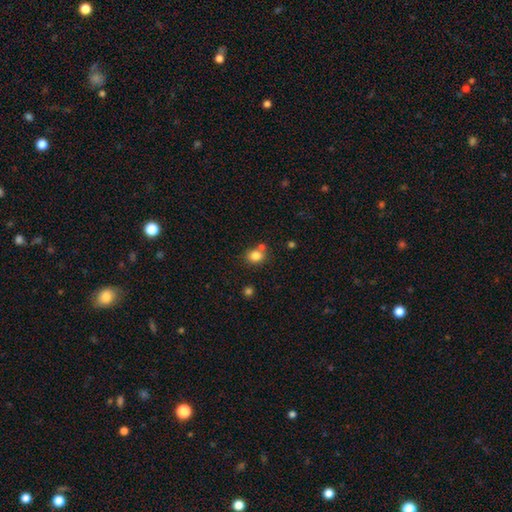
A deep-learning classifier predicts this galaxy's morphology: This appears to be a smooth galaxy with no disk features (82%) that is round (71%). Merging: none (63%).